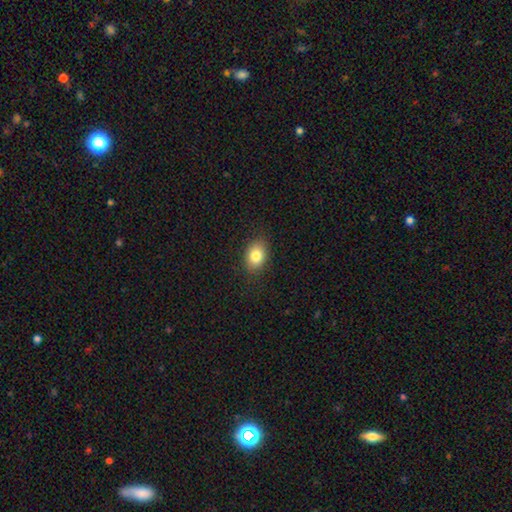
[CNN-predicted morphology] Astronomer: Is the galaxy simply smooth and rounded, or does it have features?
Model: smooth — 82%.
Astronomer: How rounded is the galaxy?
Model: in between — 73%.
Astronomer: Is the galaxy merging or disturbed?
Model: none — 87%.